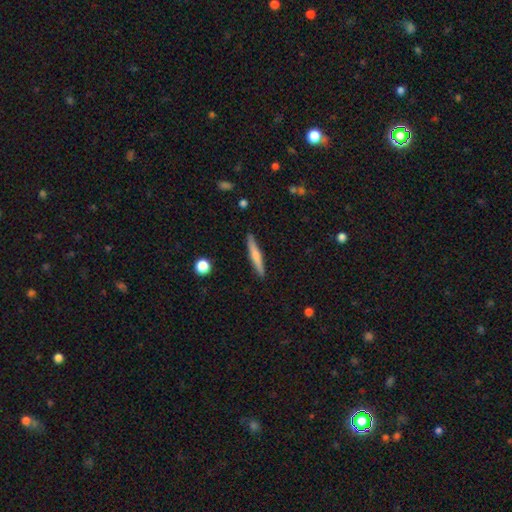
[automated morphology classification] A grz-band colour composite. It shows a smooth galaxy with no disk features (57%) that is cigar-shaped (93%). Merging: none (89%).